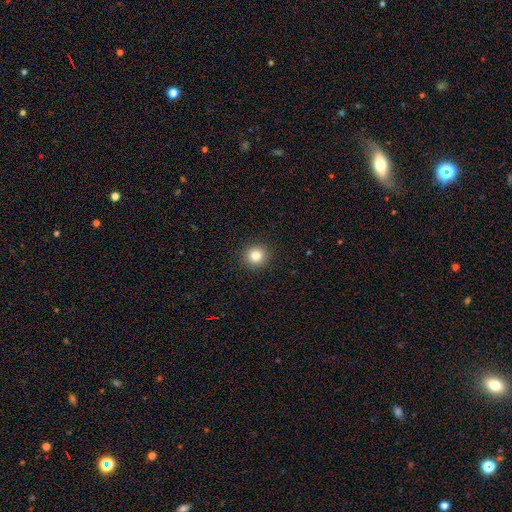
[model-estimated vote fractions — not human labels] Smooth or featured?
  - smooth: 84% *
  - star or artifact: 11%
  - featured or disk: 5%
How rounded?
  - round: 93% *
  - in between: 7%
  - cigar-shaped: 1%
Merging?
  - none: 93% *
  - minor disturbance: 5%
  - major disturbance: 2%
  - merger: 1%